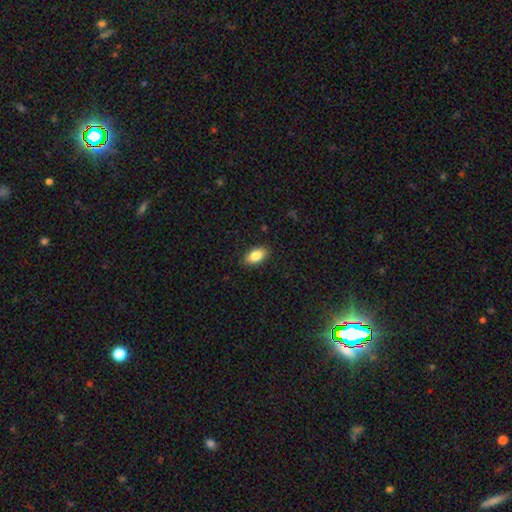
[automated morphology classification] Smooth or featured? smooth (84%)
How rounded? in between (92%)
Merging? none (88%)